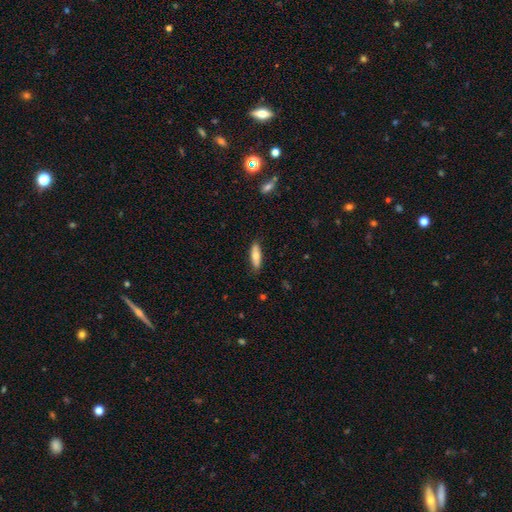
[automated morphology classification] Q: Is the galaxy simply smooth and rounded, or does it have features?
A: smooth — 70%.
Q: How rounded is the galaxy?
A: cigar-shaped — 52%.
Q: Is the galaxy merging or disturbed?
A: none — 85%.